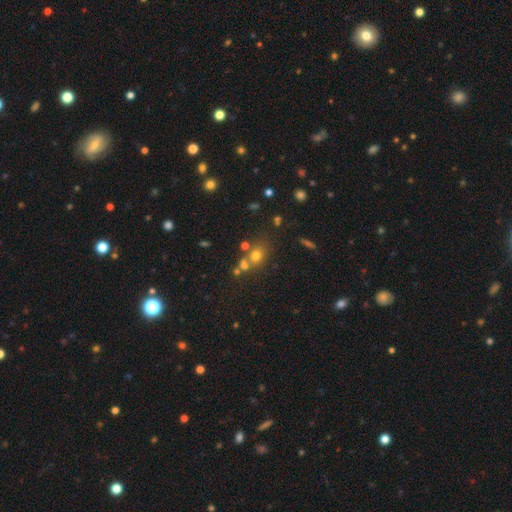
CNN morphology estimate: The model was most divided on "merging": none: 54%, merger: 29%, minor disturbance: 11%, major disturbance: 5%. More confident: how rounded — round (62%); smooth or featured — smooth (60%).